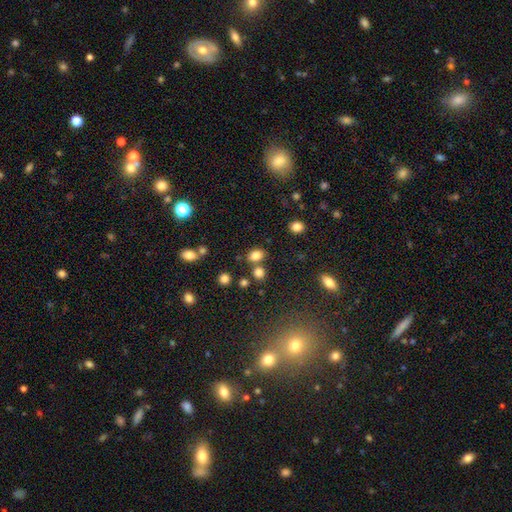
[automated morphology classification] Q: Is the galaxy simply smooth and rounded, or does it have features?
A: smooth — 81%.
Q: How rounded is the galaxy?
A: in between — 68%.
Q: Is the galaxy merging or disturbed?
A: none — 68%.